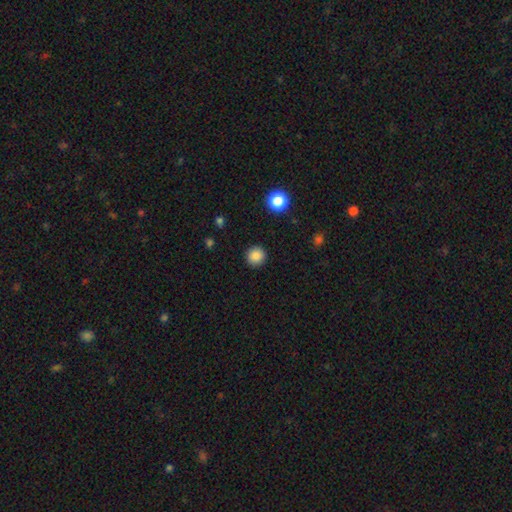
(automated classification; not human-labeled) Smooth or featured? Predicted: smooth (p=0.86). How rounded? Predicted: round (p=0.94). Merging? Predicted: none (p=0.91).